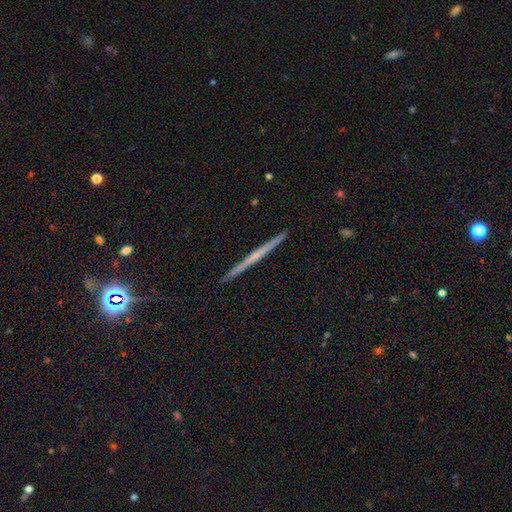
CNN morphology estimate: Smooth or featured? Predicted: featured or disk (p=0.63). Edge-on disk? Predicted: yes (p=0.98). Edge-on bulge? Predicted: none (p=0.80). Merging? Predicted: none (p=0.92).